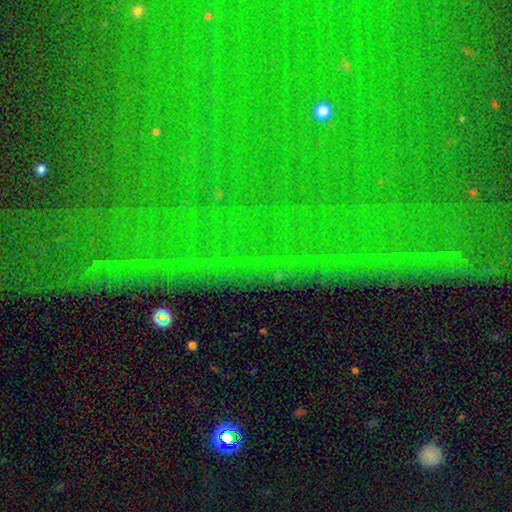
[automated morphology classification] Smooth or featured: star or artifact — 83% (featured or disk — 9%)